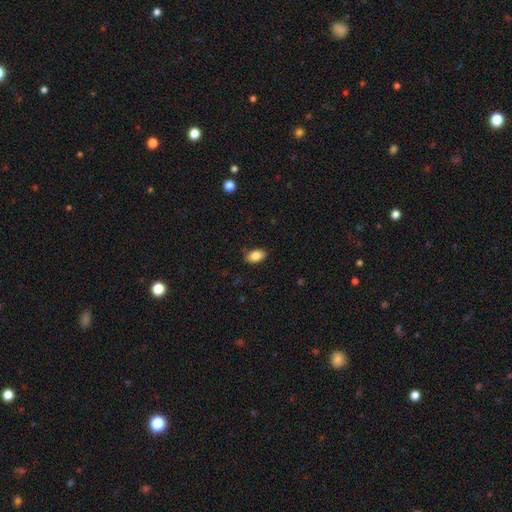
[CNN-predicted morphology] Smooth or featured?
  - smooth: 85% *
  - star or artifact: 8%
  - featured or disk: 8%
How rounded?
  - in between: 90% *
  - round: 9%
  - cigar-shaped: 2%
Merging?
  - none: 85% *
  - minor disturbance: 12%
  - major disturbance: 2%
  - merger: 1%